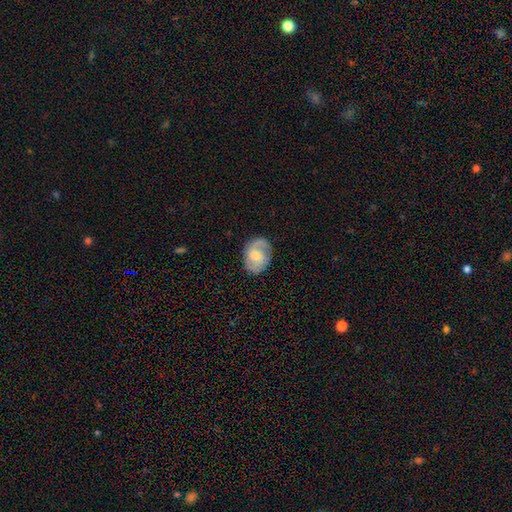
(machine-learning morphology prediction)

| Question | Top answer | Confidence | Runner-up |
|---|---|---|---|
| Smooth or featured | featured or disk | 62% | smooth (31%) |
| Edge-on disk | no | 96% | yes (4%) |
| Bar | no | 51% | weak (40%) |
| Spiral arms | yes | 85% | no (15%) |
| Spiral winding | medium | 44% | tight (34%) |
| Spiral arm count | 2 | 72% | can't tell (14%) |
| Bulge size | moderate | 59% | small (34%) |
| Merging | none | 78% | minor disturbance (16%) |